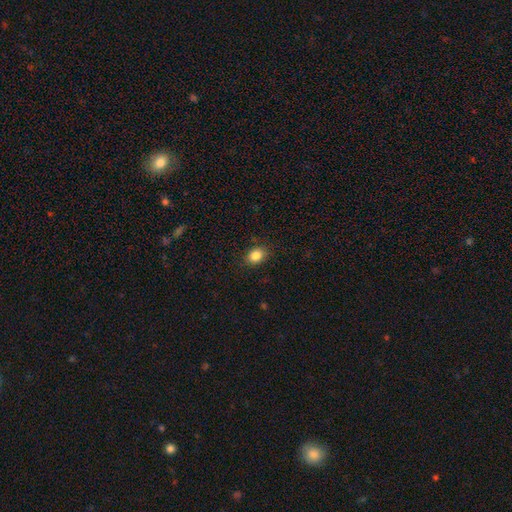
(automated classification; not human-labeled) Smooth or featured? smooth (85%)
How rounded? in between (61%)
Merging? none (85%)